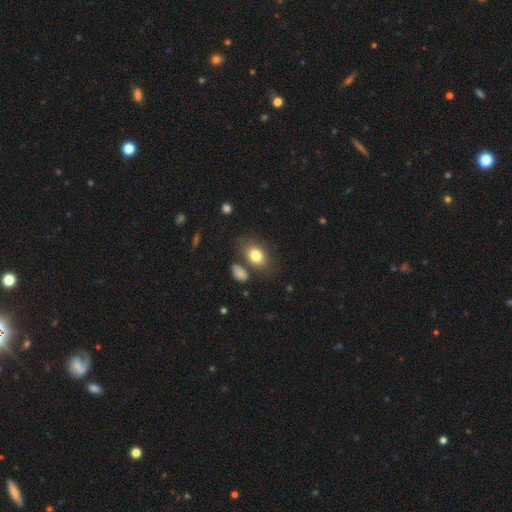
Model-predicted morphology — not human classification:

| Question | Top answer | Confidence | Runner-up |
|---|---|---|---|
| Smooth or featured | smooth | 80% | featured or disk (11%) |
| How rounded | in between | 74% | round (25%) |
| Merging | none | 68% | minor disturbance (17%) |